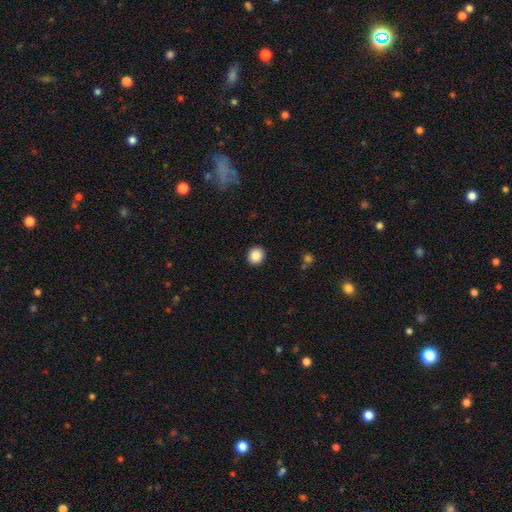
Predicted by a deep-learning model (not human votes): The model was most divided on "how rounded": round: 83%, in between: 16%, cigar-shaped: 1%. More confident: merging — none (92%); smooth or featured — smooth (87%).